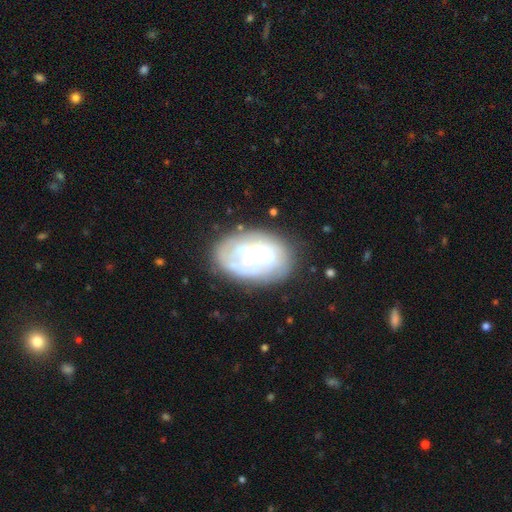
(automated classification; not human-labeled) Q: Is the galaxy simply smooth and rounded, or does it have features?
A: featured or disk — 61%.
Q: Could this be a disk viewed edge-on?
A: no — 97%.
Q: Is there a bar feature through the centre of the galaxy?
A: no — 78%.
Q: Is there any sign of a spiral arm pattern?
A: no — 69%.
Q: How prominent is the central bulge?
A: small — 34%.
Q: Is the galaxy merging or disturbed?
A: none — 55%.